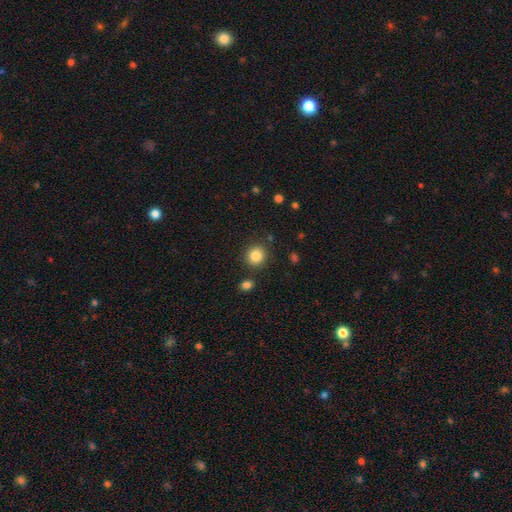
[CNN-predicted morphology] Q: Smooth or featured?
A: smooth (85%); runner-up: star or artifact (10%)
Q: How rounded?
A: round (87%); runner-up: in between (12%)
Q: Merging?
A: none (86%); runner-up: minor disturbance (7%)